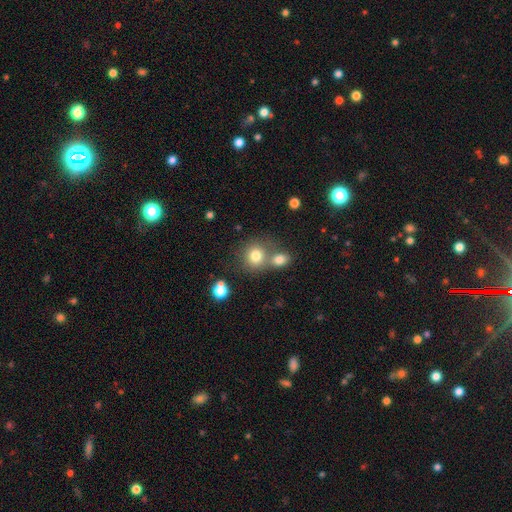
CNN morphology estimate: Smooth or featured? Predicted: smooth (p=0.78). How rounded? Predicted: round (p=0.82). Merging? Predicted: none (p=0.53).